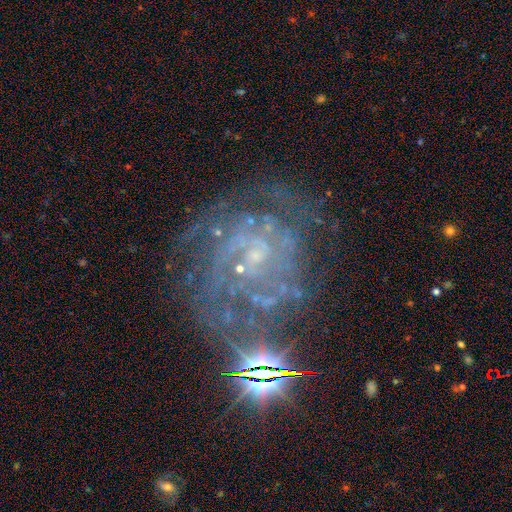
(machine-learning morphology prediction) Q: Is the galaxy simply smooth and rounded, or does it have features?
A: featured or disk — 73%.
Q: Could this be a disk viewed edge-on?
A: no — 98%.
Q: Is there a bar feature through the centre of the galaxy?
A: no — 61%.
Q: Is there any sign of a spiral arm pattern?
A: yes — 84%.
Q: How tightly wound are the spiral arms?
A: tight — 58%.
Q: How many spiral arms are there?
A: can't tell — 43%.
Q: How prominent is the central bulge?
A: small — 61%.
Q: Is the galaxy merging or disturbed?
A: none — 60%.